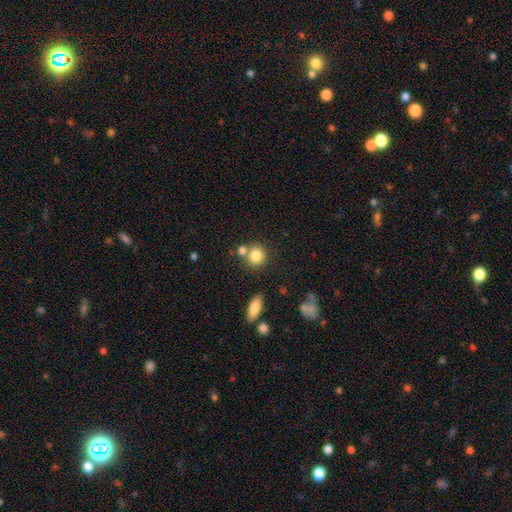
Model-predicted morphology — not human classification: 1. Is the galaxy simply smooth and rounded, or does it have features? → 82% smooth, 10% star or artifact, 8% featured or disk.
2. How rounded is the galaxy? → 84% round, 15% in between, 1% cigar-shaped.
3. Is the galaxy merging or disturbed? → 63% none, 23% merger, 11% minor disturbance, 4% major disturbance.